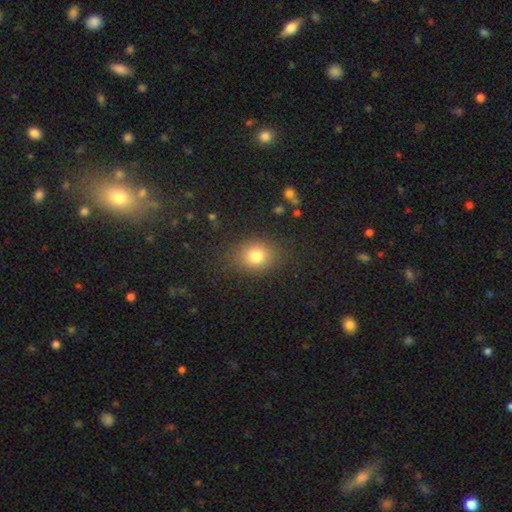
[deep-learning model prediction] smooth_or_featured: smooth (p=0.80) [alt: star or artifact p=0.12]
how_rounded: round (p=0.55) [alt: in between p=0.44]
merging: none (p=0.83) [alt: minor disturbance p=0.11]